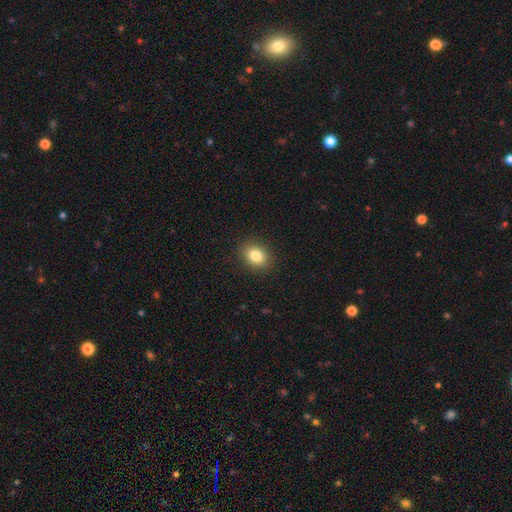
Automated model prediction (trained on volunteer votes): smooth-or-featured: smooth: 84% | star or artifact: 10% | featured or disk: 7%
  how-rounded: in between: 57% | round: 42% | cigar-shaped: 1%
  merging: none: 90% | minor disturbance: 7% | major disturbance: 2% | merger: 1%